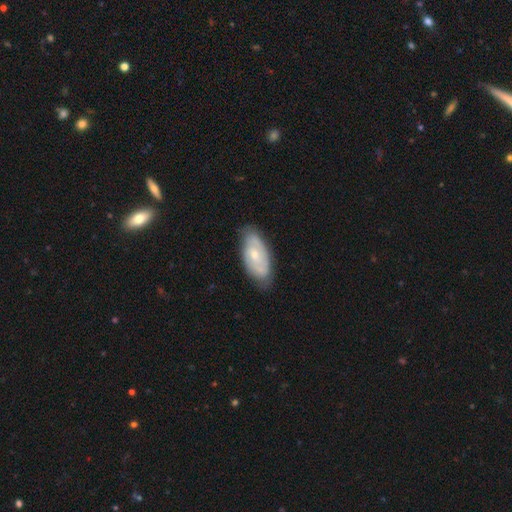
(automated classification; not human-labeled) This appears to be a featured or disk galaxy (60%) with no bar (66%), spiral arms (72%) and a small central bulge (57%). Merging: none (75%).